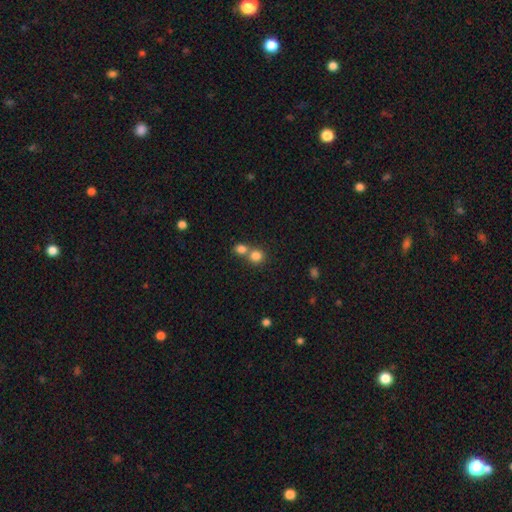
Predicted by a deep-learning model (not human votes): This is clearly a smooth galaxy (81%). How rounded: clearly round (87%). Merging: possibly none (48%).